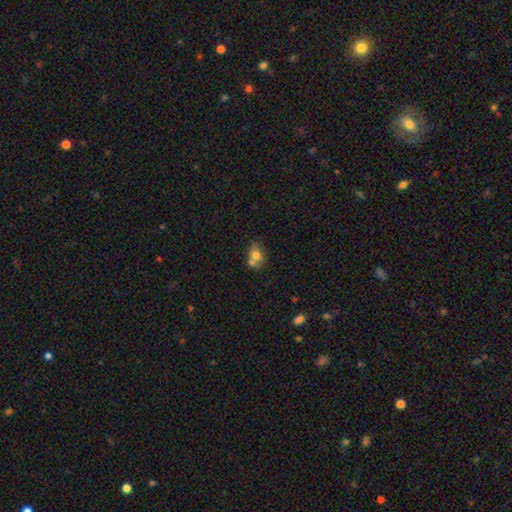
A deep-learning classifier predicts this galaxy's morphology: This appears to be a smooth galaxy with no disk features (71%) that is in between round and cigar-shaped (59%). Merging: none (42%).